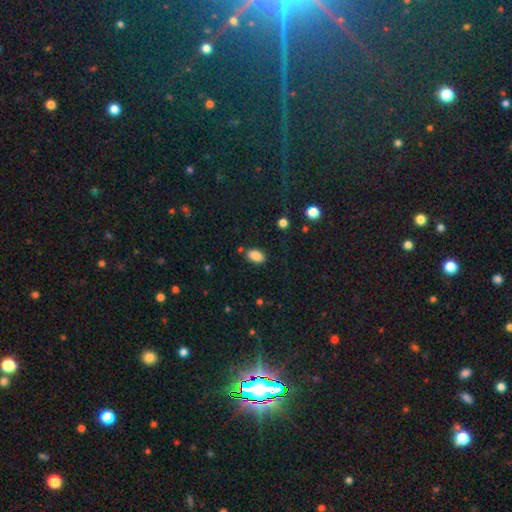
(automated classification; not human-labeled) Morphology: type=smooth (86%); roundness=in between (90%); merging=none (82%).